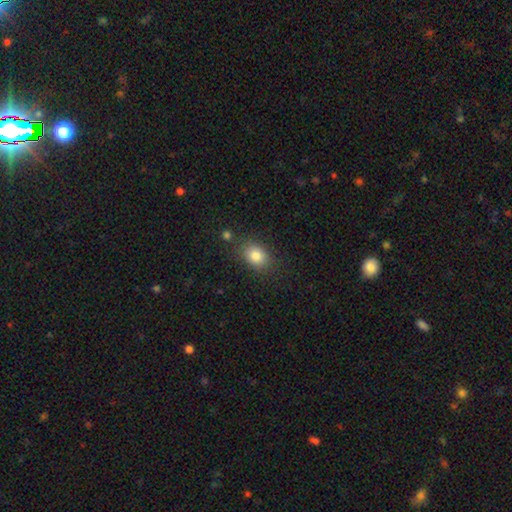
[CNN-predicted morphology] A smooth galaxy with no disk features (83%) that is in between round and cigar-shaped (60%). Merging: none (78%).